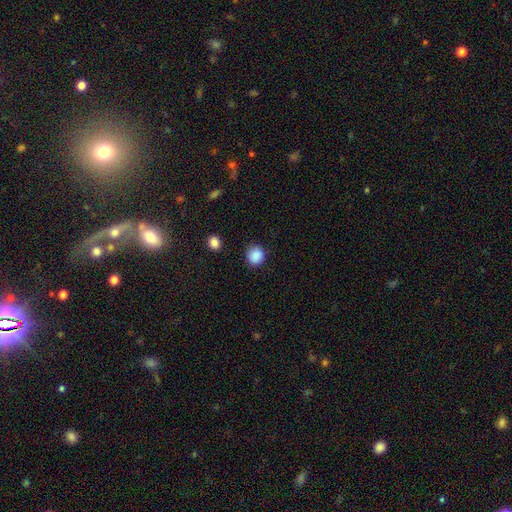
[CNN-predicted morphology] This is clearly a smooth galaxy (88%). How rounded: clearly round (86%). Merging: clearly none (86%).